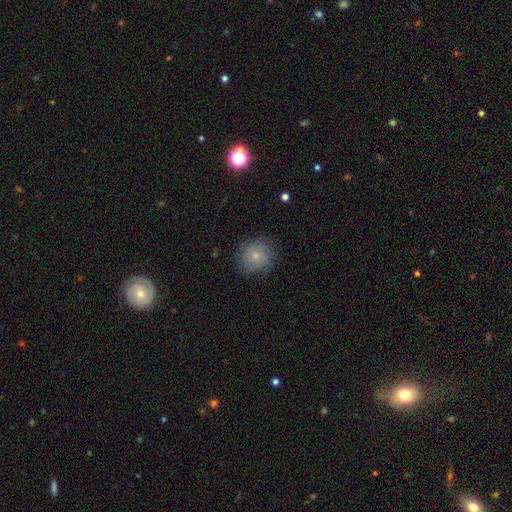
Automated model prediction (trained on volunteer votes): smooth 74%, featured or disk 18%, star or artifact 9%. Down the decision tree: how rounded — round (90%); merging — none (77%).